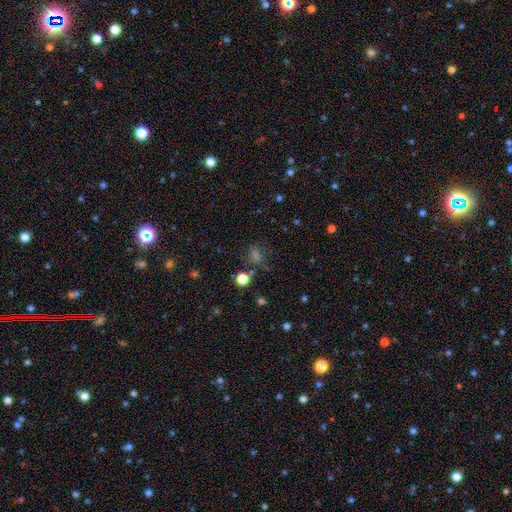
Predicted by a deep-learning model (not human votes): This appears to be a smooth galaxy with no disk features (46%). Merging: none (75%).